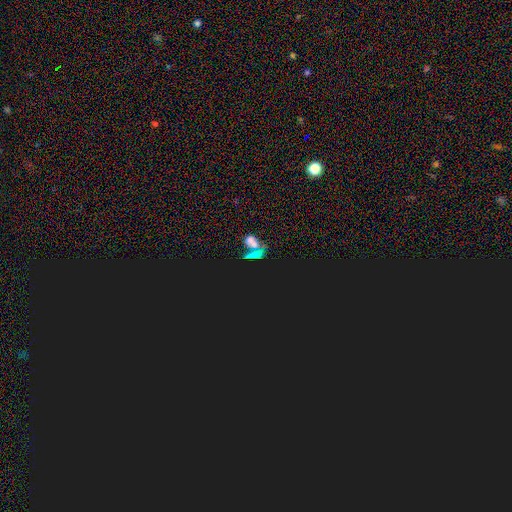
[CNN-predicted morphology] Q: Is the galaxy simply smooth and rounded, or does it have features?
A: star or artifact — 67%.